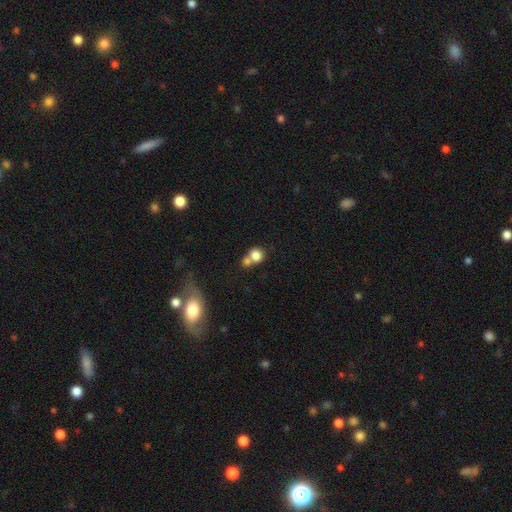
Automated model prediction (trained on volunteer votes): Smooth or featured?
  - smooth: 80% *
  - featured or disk: 10%
  - star or artifact: 10%
How rounded?
  - round: 78% *
  - in between: 21%
  - cigar-shaped: 1%
Merging?
  - merger: 47% *
  - none: 40%
  - minor disturbance: 8%
  - major disturbance: 4%